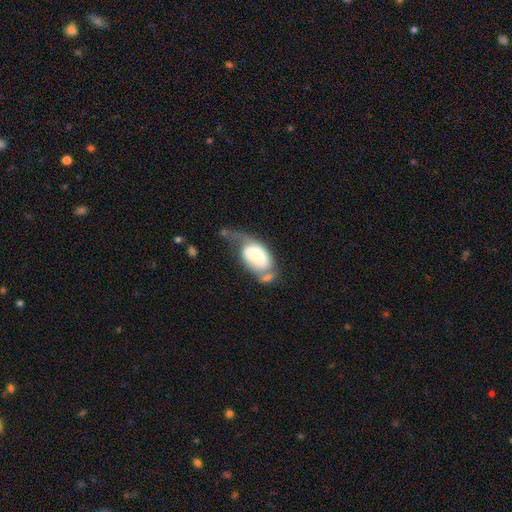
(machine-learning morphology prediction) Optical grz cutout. It shows a smooth galaxy with no disk features (49%). Merging: major disturbance (30%).